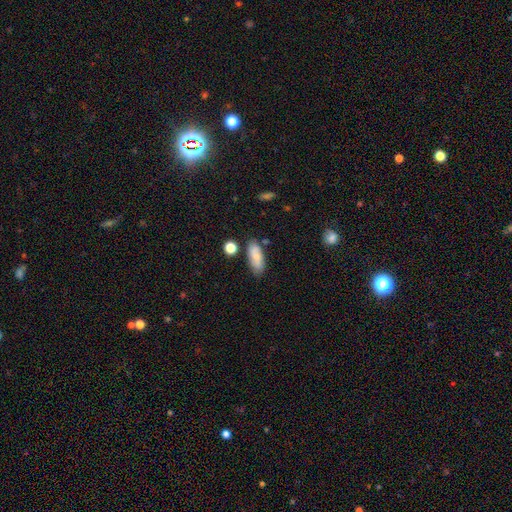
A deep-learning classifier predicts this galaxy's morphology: Q: Smooth or featured?
A: smooth (75%); runner-up: featured or disk (18%)
Q: How rounded?
A: in between (79%); runner-up: cigar-shaped (18%)
Q: Merging?
A: none (74%); runner-up: minor disturbance (17%)